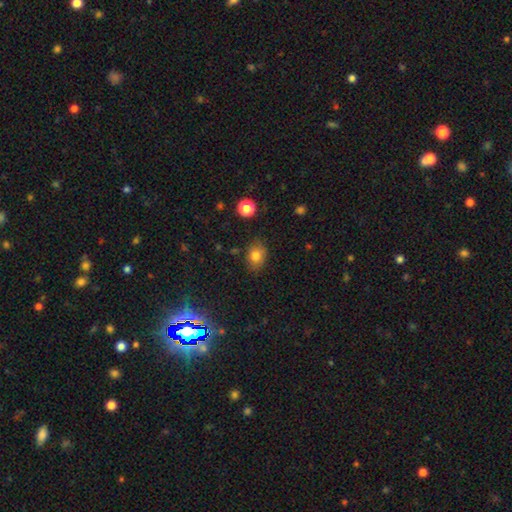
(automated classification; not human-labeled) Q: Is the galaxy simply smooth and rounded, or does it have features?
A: smooth — 80%.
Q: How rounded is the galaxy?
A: in between — 58%.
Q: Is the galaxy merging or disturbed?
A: none — 81%.